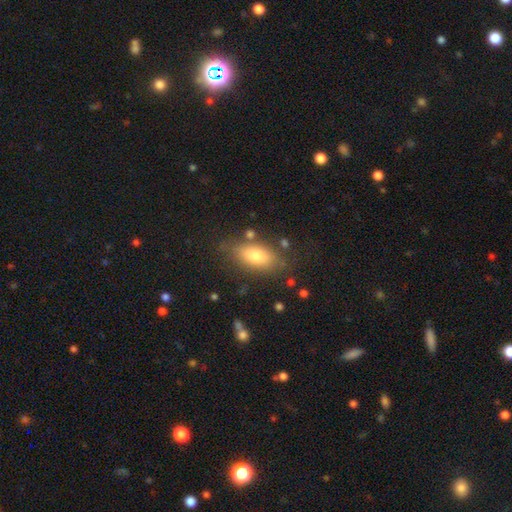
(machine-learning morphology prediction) A smooth galaxy with no disk features (76%) that is in between round and cigar-shaped (86%).

Vote fractions:
- Smooth or featured? smooth: 76% / featured or disk: 16% / star or artifact: 8%
- How rounded? in between: 86% / cigar-shaped: 10% / round: 4%
- Merging? none: 77% / minor disturbance: 15% / major disturbance: 5% / merger: 4%